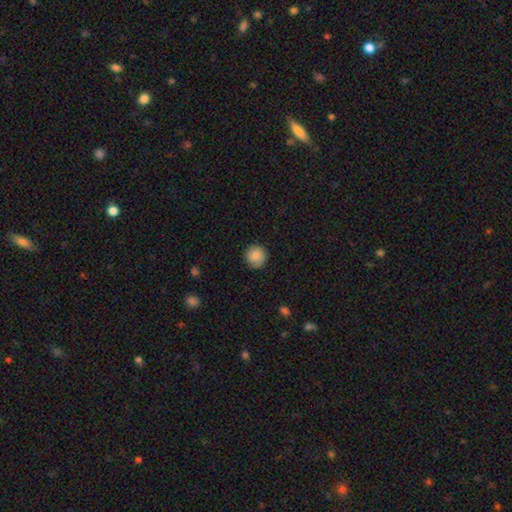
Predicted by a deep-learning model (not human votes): smooth 82%, featured or disk 10%, star or artifact 8%. Down the decision tree: how rounded — round (92%); merging — none (84%).